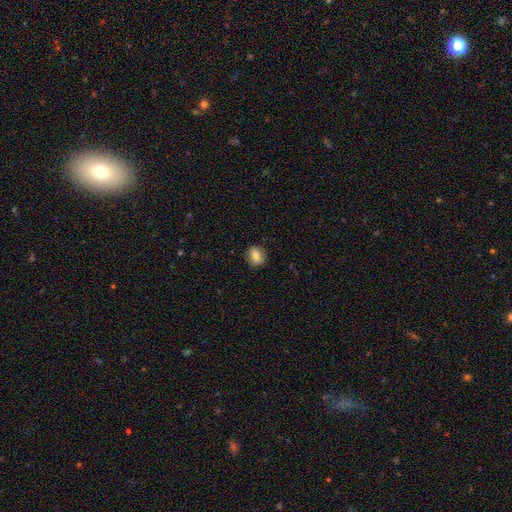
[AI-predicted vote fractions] Smooth or featured? smooth (79%)
How rounded? round (73%)
Merging? none (88%)